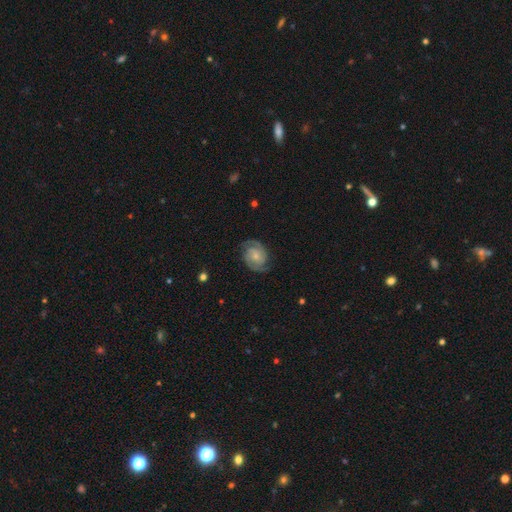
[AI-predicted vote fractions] This appears to be a featured or disk galaxy (87%) with no bar (65%), 2 (89%) tight (48%) spiral arms (97%) and a small central bulge (59%). Merging: none (80%).